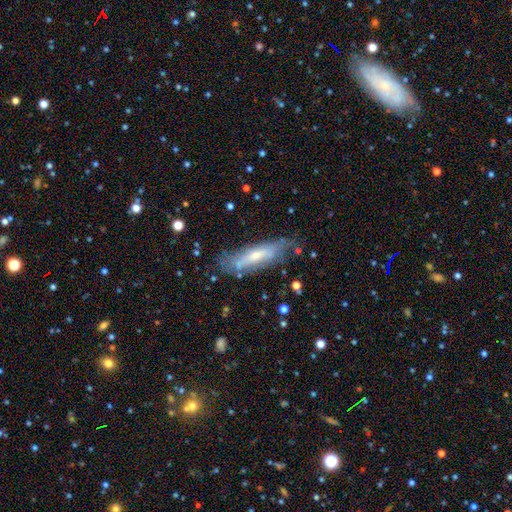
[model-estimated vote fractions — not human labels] Smooth or featured? Predicted: featured or disk (p=0.50). Edge-on disk? Predicted: yes (p=0.51). Merging? Predicted: none (p=0.68).